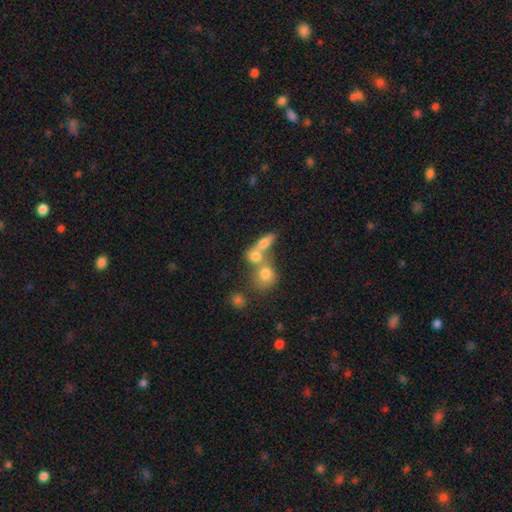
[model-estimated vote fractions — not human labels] Morphology: type=smooth (70%); roundness=round (46%, tied with in between); merging=merger (61%).